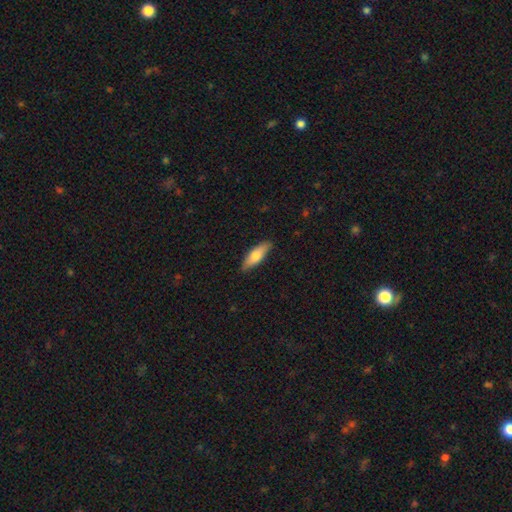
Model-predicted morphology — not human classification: Smooth or featured? smooth (71%)
How rounded? in between (57%)
Merging? none (86%)